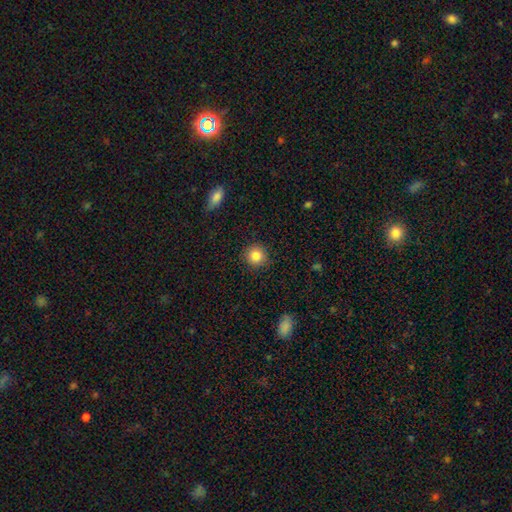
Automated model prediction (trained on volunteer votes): Morphology: type=smooth (84%); roundness=round (93%); merging=none (90%).